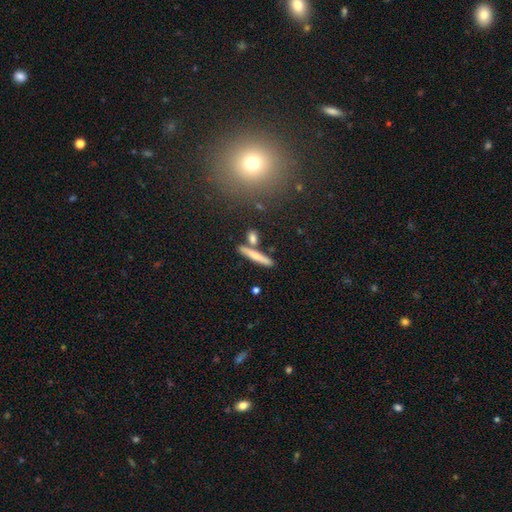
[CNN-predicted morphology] smooth_or_featured: smooth (p=0.62) [alt: featured or disk p=0.30]
how_rounded: cigar-shaped (p=0.90) [alt: in between p=0.08]
merging: none (p=0.74) [alt: merger p=0.13]